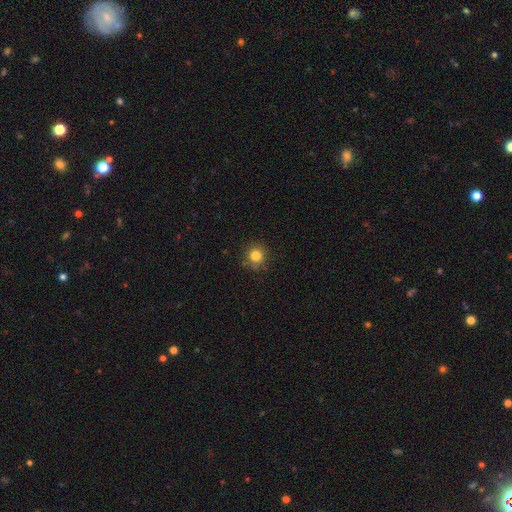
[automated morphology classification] Smooth or featured? Predicted: smooth (p=0.81). How rounded? Predicted: round (p=0.90). Merging? Predicted: none (p=0.83).